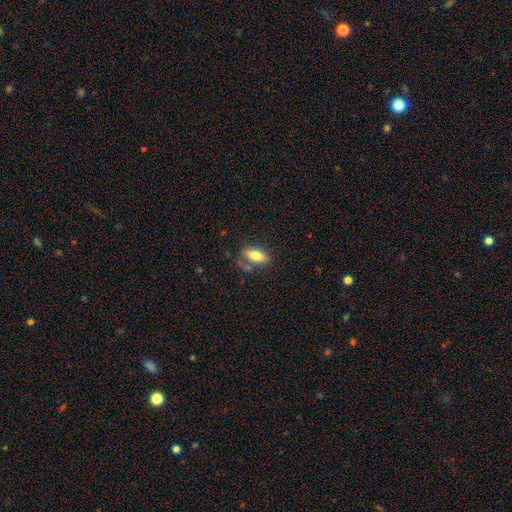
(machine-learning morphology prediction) Smooth or featured: smooth — 73% (featured or disk — 20%)
How rounded: in between — 80% (cigar-shaped — 17%)
Merging: none — 64% (minor disturbance — 19%)